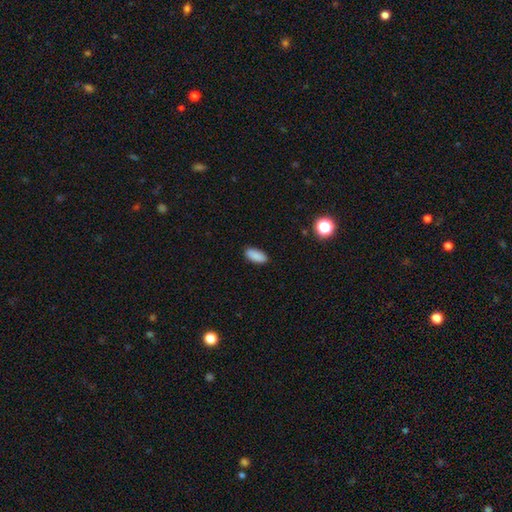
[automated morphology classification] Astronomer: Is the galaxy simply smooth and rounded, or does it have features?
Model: smooth — 88%.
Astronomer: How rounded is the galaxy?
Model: in between — 86%.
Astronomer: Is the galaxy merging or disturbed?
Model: none — 89%.